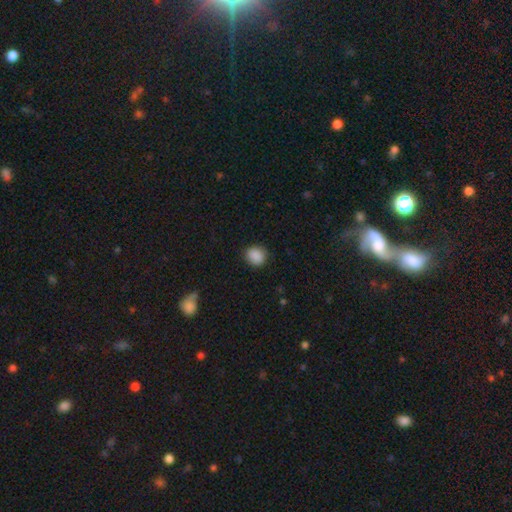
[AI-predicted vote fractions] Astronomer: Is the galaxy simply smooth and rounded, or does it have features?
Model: smooth — 89%.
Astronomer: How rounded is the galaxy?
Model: round — 74%.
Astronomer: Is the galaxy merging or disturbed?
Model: none — 86%.